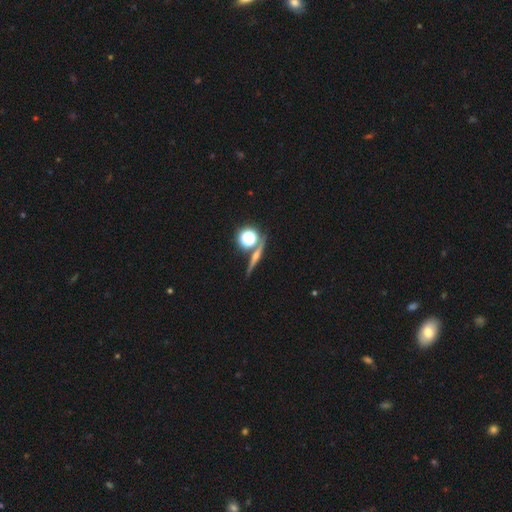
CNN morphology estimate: smooth_or_featured: featured or disk (p=0.54) [alt: smooth p=0.25]
disk_edge_on: yes (p=0.93) [alt: no p=0.07]
merging: none (p=0.82) [alt: minor disturbance p=0.08]